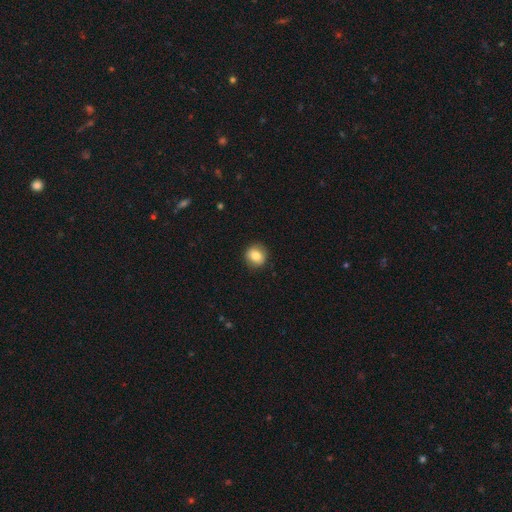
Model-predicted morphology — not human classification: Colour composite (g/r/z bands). It shows a smooth galaxy with no disk features (81%) that is round (86%). Merging: none (88%).